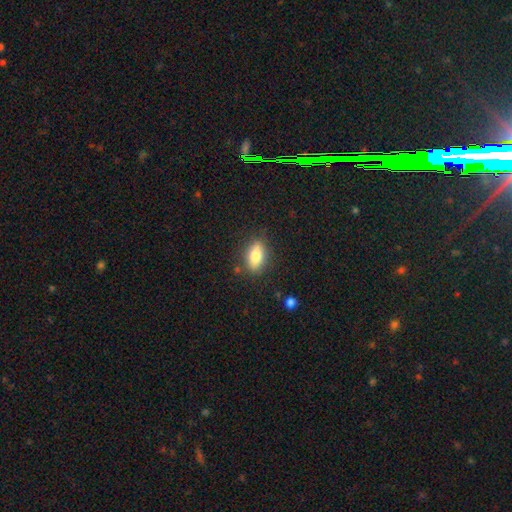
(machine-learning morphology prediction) This is clearly a smooth galaxy (80%). How rounded: clearly in between (85%). Merging: clearly none (83%).